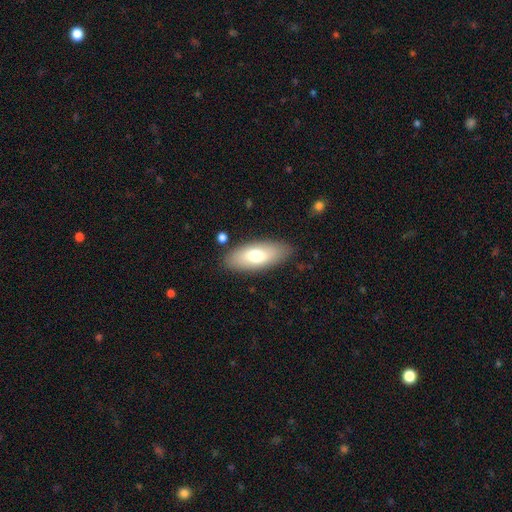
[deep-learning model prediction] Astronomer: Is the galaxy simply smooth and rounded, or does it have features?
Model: smooth — 71%.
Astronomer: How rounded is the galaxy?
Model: in between — 82%.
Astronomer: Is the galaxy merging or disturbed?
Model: none — 84%.